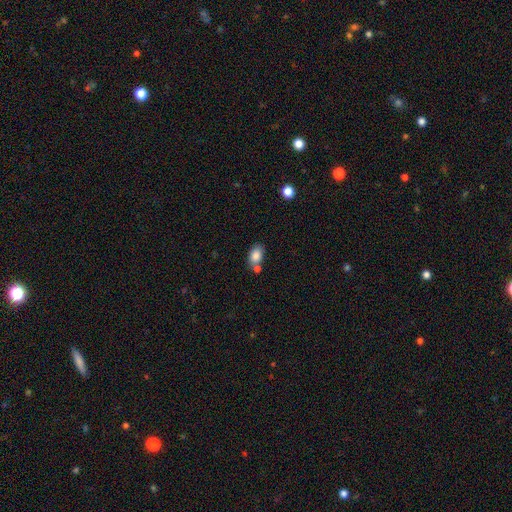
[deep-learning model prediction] The model was most divided on "merging": none: 59%, merger: 24%, minor disturbance: 14%, major disturbance: 4%. More confident: how rounded — in between (84%); smooth or featured — smooth (83%).